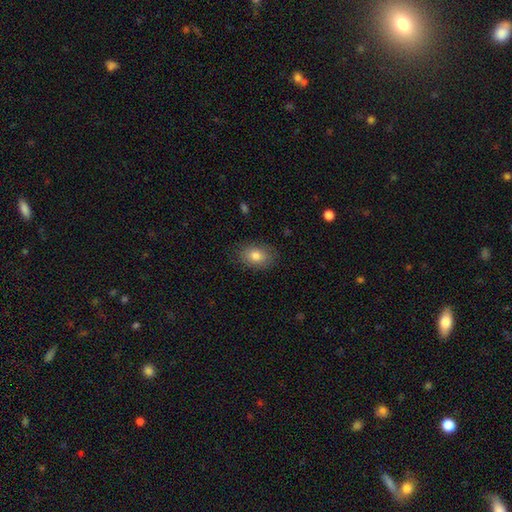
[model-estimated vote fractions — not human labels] Overall: smooth (81%). How rounded: in between (79%). Merging: none (84%).